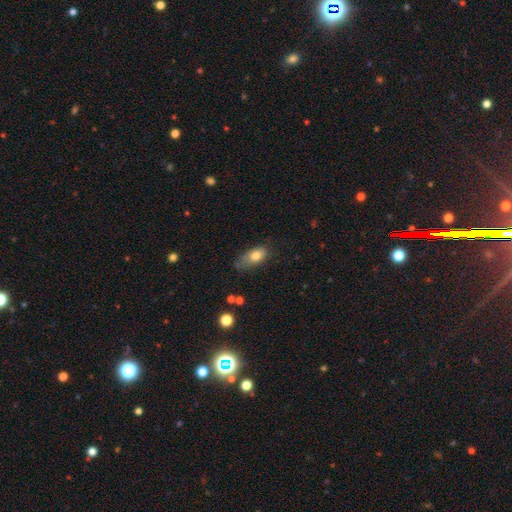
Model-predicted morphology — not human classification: The model was most divided on "merging": none: 43%, minor disturbance: 37%, major disturbance: 16%, merger: 3%. More confident: how rounded — in between (87%); smooth or featured — smooth (74%).